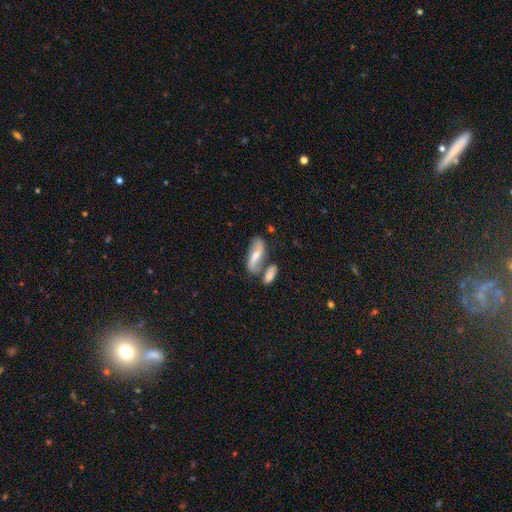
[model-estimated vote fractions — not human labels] Smooth or featured: featured or disk — 56% (smooth — 37%)
Edge-on disk: no — 83% (yes — 17%)
Merging: none — 53% (merger — 26%)